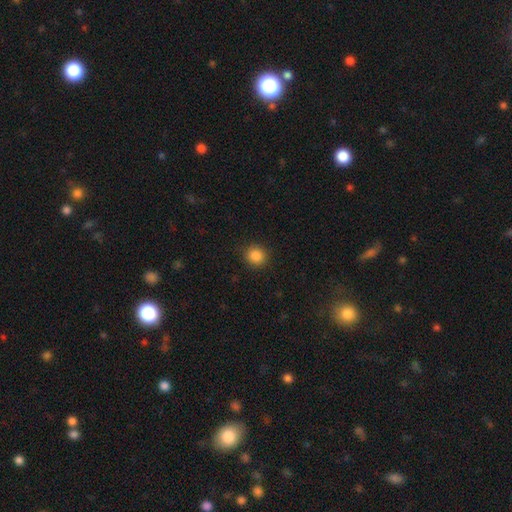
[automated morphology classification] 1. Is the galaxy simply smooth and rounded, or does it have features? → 86% smooth, 10% star or artifact, 3% featured or disk.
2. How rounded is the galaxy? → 90% round, 9% in between, 1% cigar-shaped.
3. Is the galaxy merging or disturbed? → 90% none, 7% minor disturbance, 2% major disturbance, 1% merger.